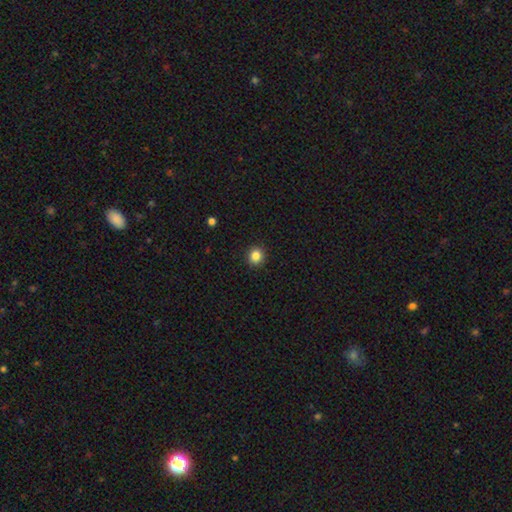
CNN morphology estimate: The model was most divided on "smooth or featured": smooth: 85%, star or artifact: 11%, featured or disk: 4%. More confident: merging — none (92%); how rounded — round (89%).